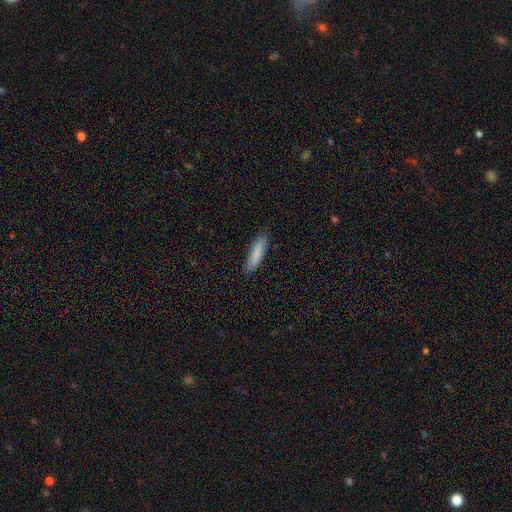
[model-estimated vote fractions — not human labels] Smooth or featured: smooth — 83% (featured or disk — 11%)
How rounded: cigar-shaped — 81% (in between — 18%)
Merging: none — 87% (minor disturbance — 10%)